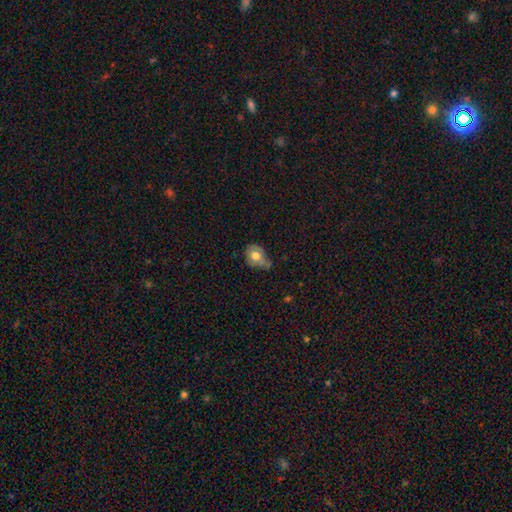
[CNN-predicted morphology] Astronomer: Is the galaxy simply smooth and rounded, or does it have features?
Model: smooth — 71%.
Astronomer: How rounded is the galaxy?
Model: in between — 50% (runner-up: round, 49%).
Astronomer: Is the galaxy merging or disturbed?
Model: none — 39%, tied with minor disturbance at 39%.